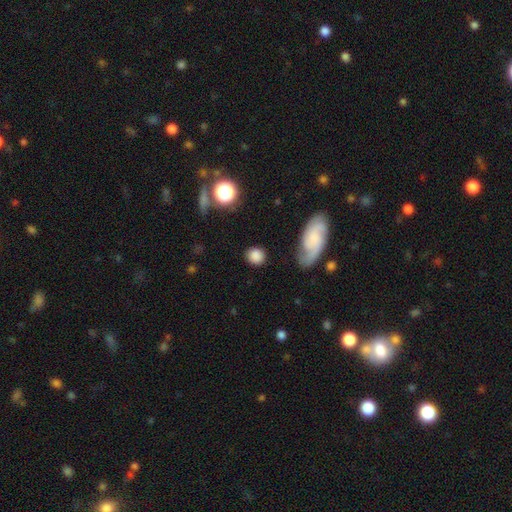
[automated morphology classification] Smooth or featured? smooth (78%)
How rounded? round (78%)
Merging? none (80%)